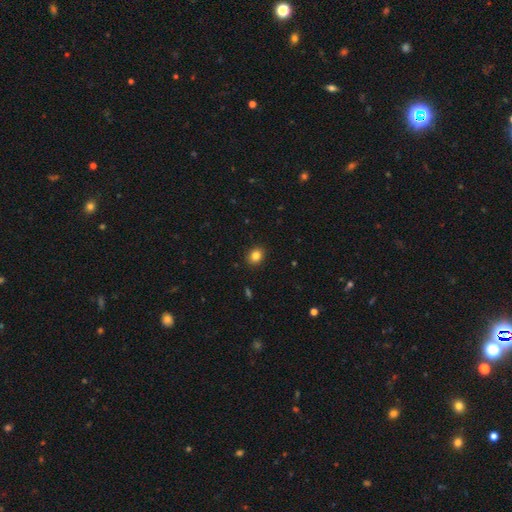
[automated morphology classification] Q: Smooth or featured?
A: smooth (83%); runner-up: star or artifact (11%)
Q: How rounded?
A: round (65%); runner-up: in between (34%)
Q: Merging?
A: none (91%); runner-up: minor disturbance (6%)